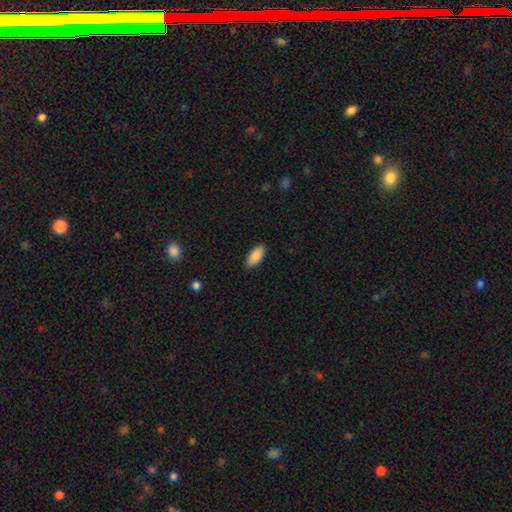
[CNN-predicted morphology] Smooth or featured? smooth (89%)
How rounded? in between (91%)
Merging? none (87%)